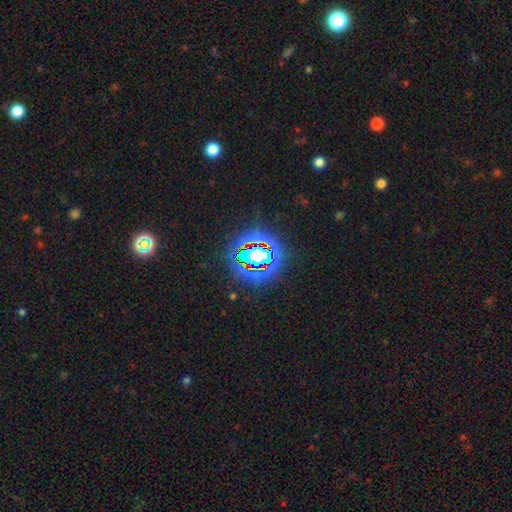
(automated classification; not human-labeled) Morphology: type=star or artifact (70%).